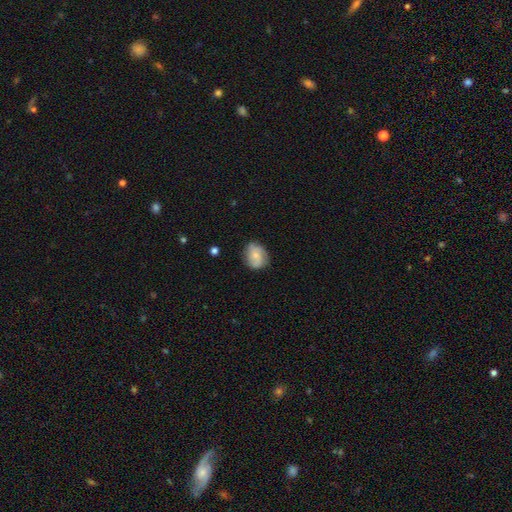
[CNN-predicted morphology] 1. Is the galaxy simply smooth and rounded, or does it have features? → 59% smooth, 33% featured or disk, 8% star or artifact.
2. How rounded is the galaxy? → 51% round, 48% in between, 1% cigar-shaped.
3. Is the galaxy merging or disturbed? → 69% none, 24% minor disturbance, 6% major disturbance, 1% merger.